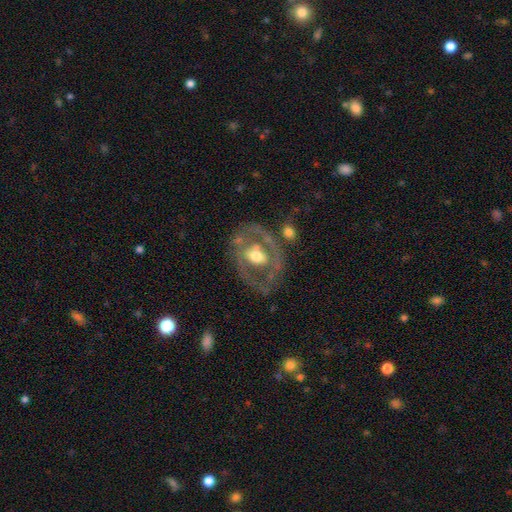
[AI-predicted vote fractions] smooth_or_featured: featured or disk (p=0.71) [alt: smooth p=0.24]
disk_edge_on: no (p=0.95) [alt: yes p=0.05]
bar: no (p=0.51) [alt: weak p=0.30]
has_spiral_arms: no (p=0.64) [alt: yes p=0.36]
bulge_size: moderate (p=0.67) [alt: large p=0.20]
merging: none (p=0.61) [alt: minor disturbance p=0.20]